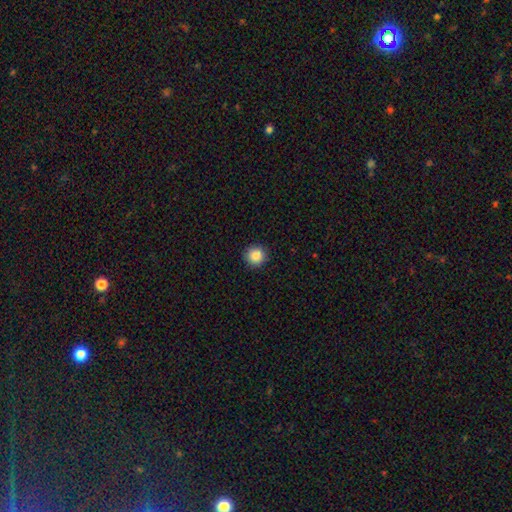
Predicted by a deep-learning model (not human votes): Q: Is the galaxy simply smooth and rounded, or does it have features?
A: smooth — 87%.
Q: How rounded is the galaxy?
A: round — 94%.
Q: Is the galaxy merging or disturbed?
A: none — 92%.